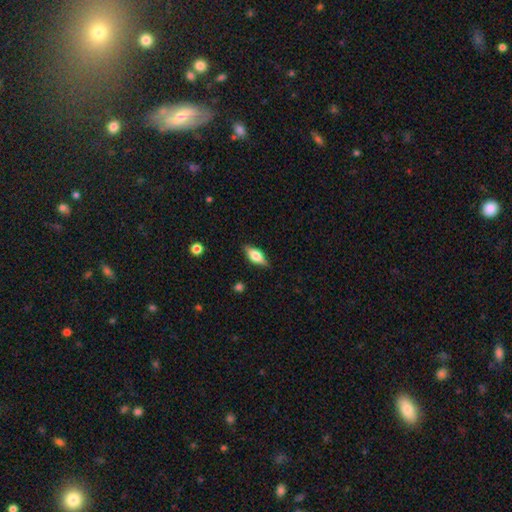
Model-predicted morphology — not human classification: smooth 50%, featured or disk 42%, star or artifact 7%. Down the decision tree: how rounded — in between (72%); merging — none (85%).